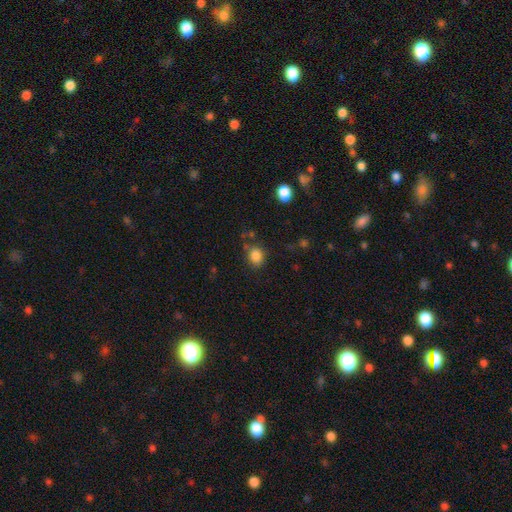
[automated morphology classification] Overall: smooth (84%). How rounded: round (53%; in between 46%). Merging: none (73%).